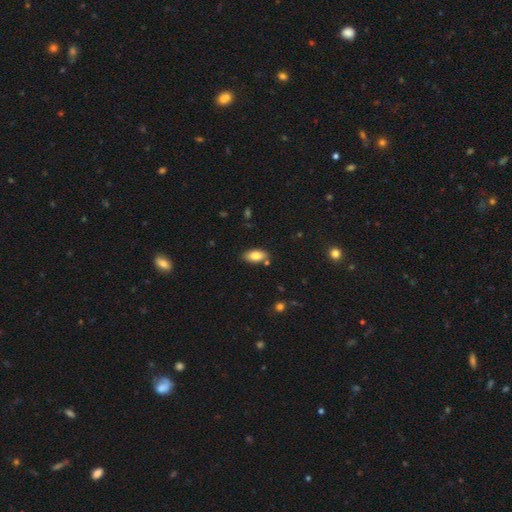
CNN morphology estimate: type=smooth (81%); roundness=in between (90%); merging=none (79%).